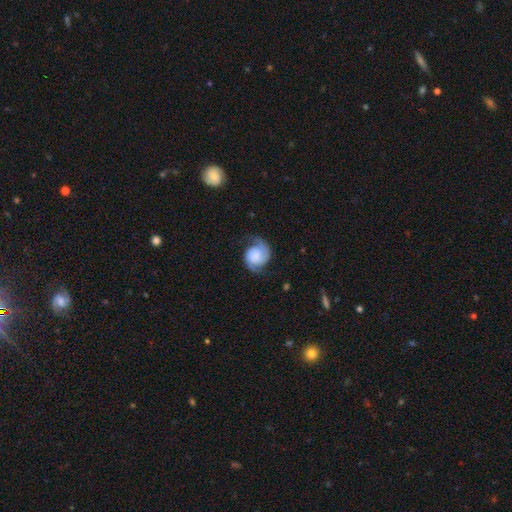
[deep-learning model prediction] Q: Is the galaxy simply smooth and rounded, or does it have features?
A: featured or disk — 77%.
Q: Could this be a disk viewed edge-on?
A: no — 98%.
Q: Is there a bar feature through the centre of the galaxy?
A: no — 76%.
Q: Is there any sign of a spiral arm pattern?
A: yes — 96%.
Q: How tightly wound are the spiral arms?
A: medium — 43%.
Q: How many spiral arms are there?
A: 2 — 91%.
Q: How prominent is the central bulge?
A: small — 30%.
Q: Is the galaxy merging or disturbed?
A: none — 68%.